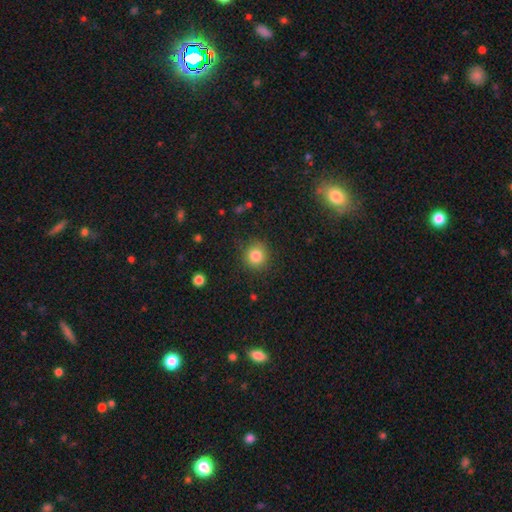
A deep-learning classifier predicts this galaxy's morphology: type=smooth (83%); roundness=round (91%); merging=none (88%).